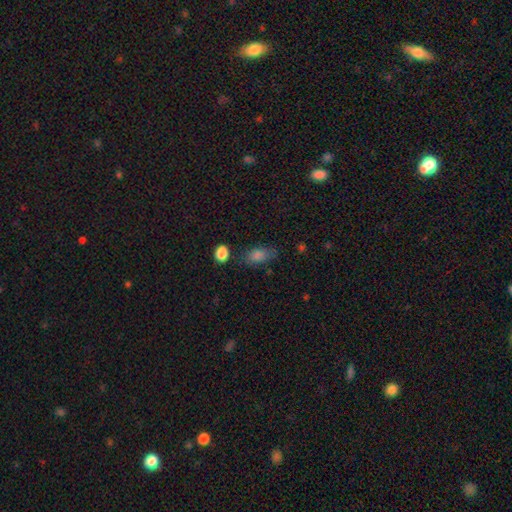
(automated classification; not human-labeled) Smooth or featured? Predicted: smooth (p=0.83). How rounded? Predicted: in between (p=0.86). Merging? Predicted: none (p=0.68).